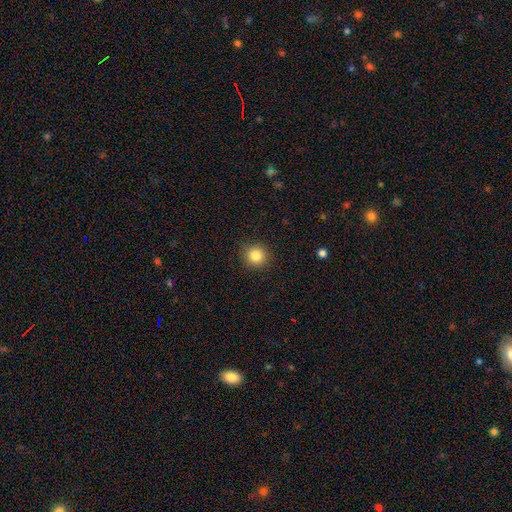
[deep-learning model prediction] Smooth or featured? Predicted: smooth (p=0.85). How rounded? Predicted: round (p=0.92). Merging? Predicted: none (p=0.90).